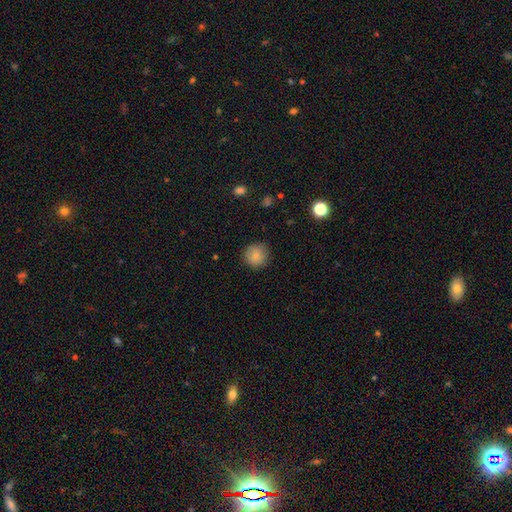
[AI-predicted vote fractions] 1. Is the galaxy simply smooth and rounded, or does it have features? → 81% smooth, 11% featured or disk, 8% star or artifact.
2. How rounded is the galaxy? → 91% round, 8% in between, 1% cigar-shaped.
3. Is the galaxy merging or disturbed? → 85% none, 12% minor disturbance, 3% major disturbance, 1% merger.